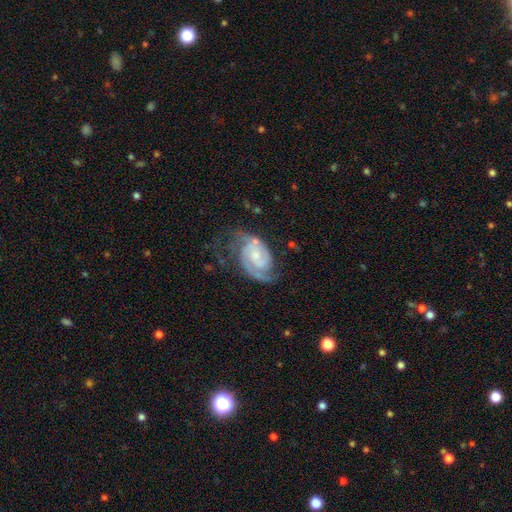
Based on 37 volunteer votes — This is clearly a featured or disk galaxy (92%). It is clearly not viewed edge-on (97%). Bar: possibly no (58%). Spiral arm pattern: clearly yes (97%). Spiral arm count: clearly 2 (97%). Spiral winding: clearly tight (84%). Central bulge: possibly small (58%). Merging: marginally none (38%).